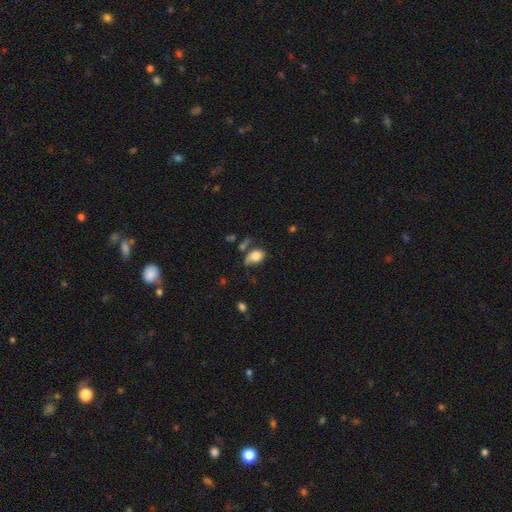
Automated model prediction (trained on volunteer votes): Smooth or featured? smooth (78%)
How rounded? in between (74%)
Merging? none (41%)